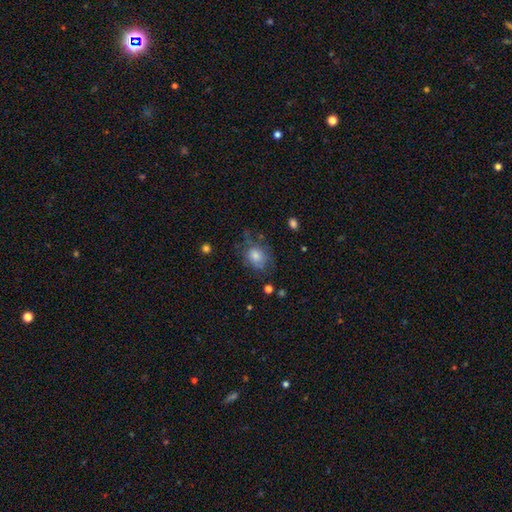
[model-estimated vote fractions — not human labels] Smooth or featured? smooth (64%)
How rounded? round (50%)
Merging? none (54%)